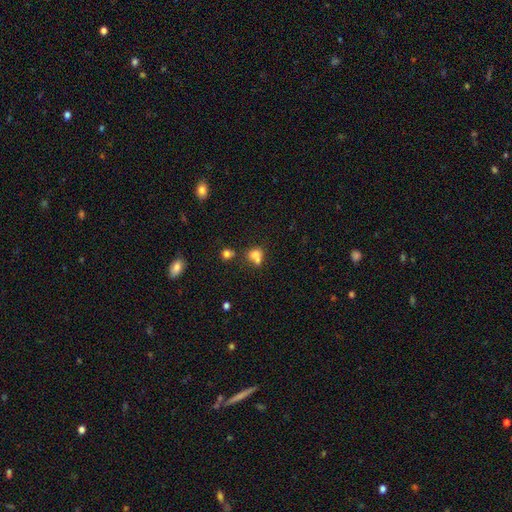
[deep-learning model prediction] smooth_or_featured: smooth (p=0.71) [alt: star or artifact p=0.15]
how_rounded: in between (p=0.50) [alt: round p=0.48]
merging: merger (p=0.49) [alt: none p=0.31]